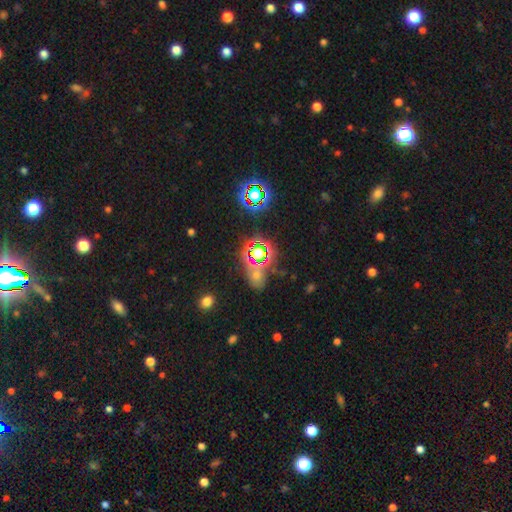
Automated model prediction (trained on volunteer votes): Q: Smooth or featured?
A: star or artifact (65%); runner-up: smooth (25%)